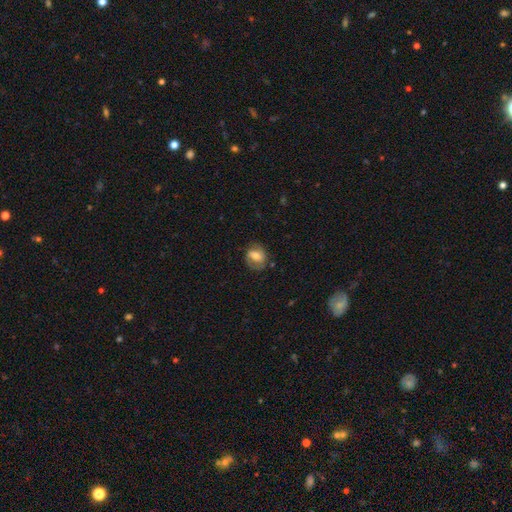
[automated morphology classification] Smooth or featured?
  - featured or disk: 47% *
  - smooth: 45%
  - star or artifact: 8%
Merging?
  - none: 70% *
  - minor disturbance: 20%
  - major disturbance: 8%
  - merger: 2%